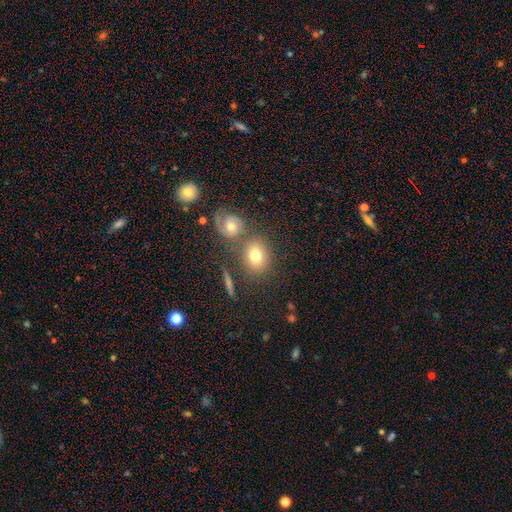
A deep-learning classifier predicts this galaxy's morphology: Smooth or featured: smooth — 69% (featured or disk — 19%)
How rounded: round — 50% (in between — 48%)
Merging: none — 63% (merger — 19%)